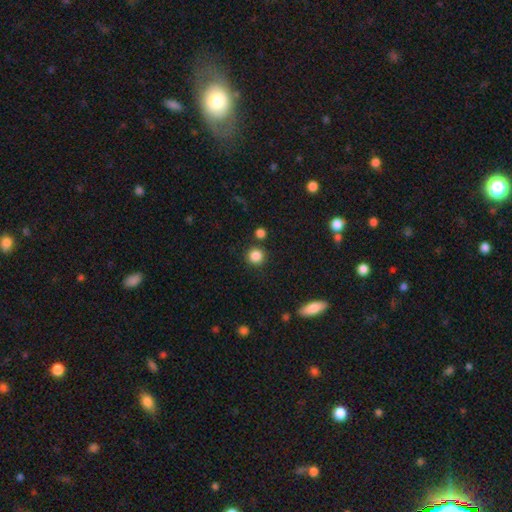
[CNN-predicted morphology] A smooth galaxy with no disk features (85%) that is round (93%).

Vote fractions:
- Smooth or featured? smooth: 85% / star or artifact: 11% / featured or disk: 4%
- How rounded? round: 93% / in between: 6% / cigar-shaped: 1%
- Merging? none: 85% / minor disturbance: 7% / merger: 5% / major disturbance: 3%